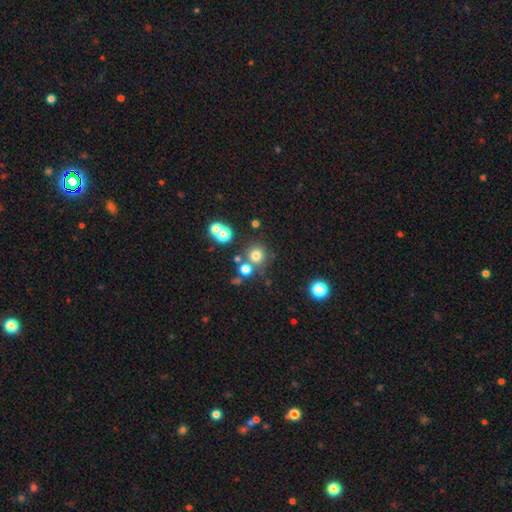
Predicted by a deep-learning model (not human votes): Morphology: type=smooth (73%); roundness=round (92%); merging=none (72%).